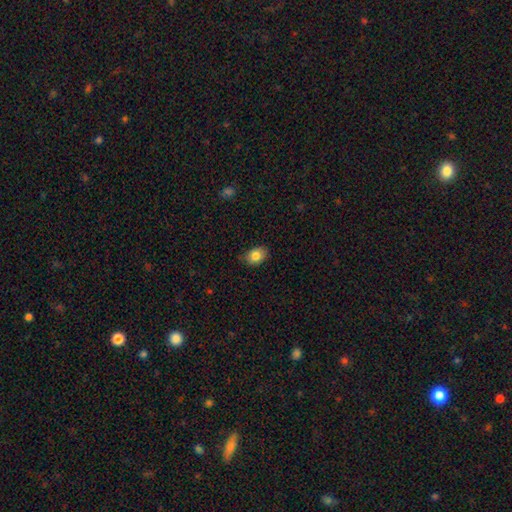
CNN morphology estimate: This appears to be a smooth galaxy with no disk features (83%) that is in between round and cigar-shaped (72%). Merging: none (80%).